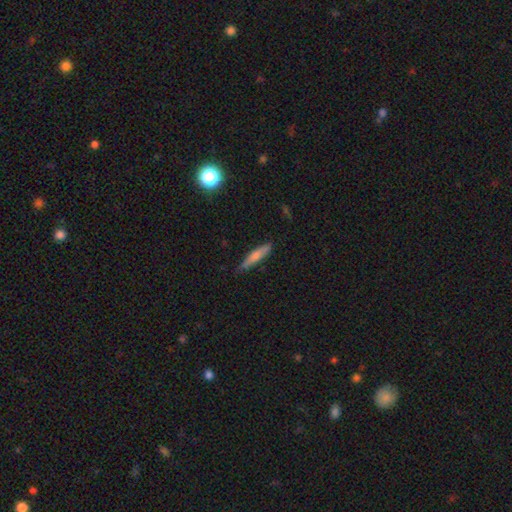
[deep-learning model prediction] Smooth or featured: smooth — 69% (featured or disk — 24%)
How rounded: cigar-shaped — 87% (in between — 11%)
Merging: none — 80% (minor disturbance — 16%)